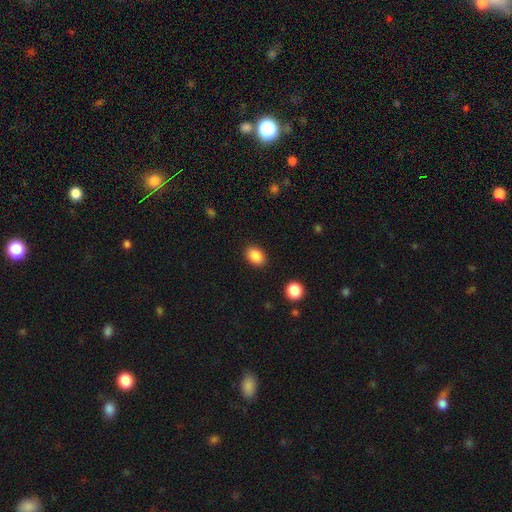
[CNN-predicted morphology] Q: Smooth or featured?
A: smooth (88%); runner-up: star or artifact (9%)
Q: How rounded?
A: in between (77%); runner-up: round (22%)
Q: Merging?
A: none (88%); runner-up: minor disturbance (8%)